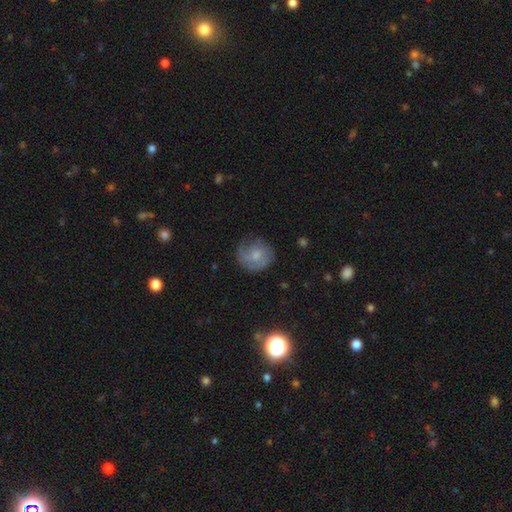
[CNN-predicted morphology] smooth-or-featured: smooth: 51% | featured or disk: 40% | star or artifact: 9%
  how-rounded: round: 86% | in between: 13% | cigar-shaped: 1%
  merging: none: 68% | minor disturbance: 21% | major disturbance: 10% | merger: 1%